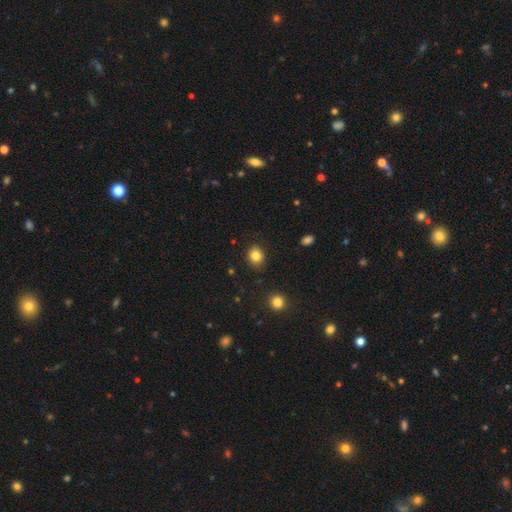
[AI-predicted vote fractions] Smooth or featured: smooth — 83% (star or artifact — 11%)
How rounded: round — 68% (in between — 31%)
Merging: none — 88% (minor disturbance — 8%)